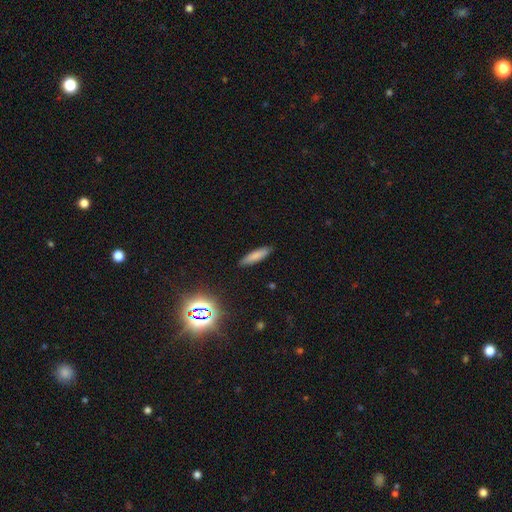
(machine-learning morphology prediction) type=smooth (79%); roundness=cigar-shaped (72%); merging=none (89%).